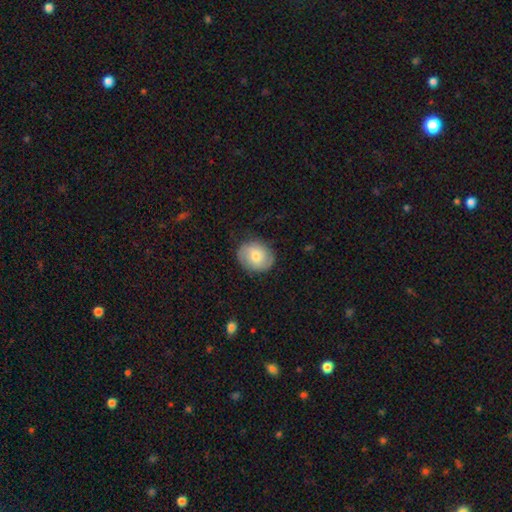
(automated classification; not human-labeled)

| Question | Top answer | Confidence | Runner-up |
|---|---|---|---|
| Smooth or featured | smooth | 63% | featured or disk (30%) |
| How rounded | round | 59% | in between (40%) |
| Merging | none | 81% | minor disturbance (14%) |